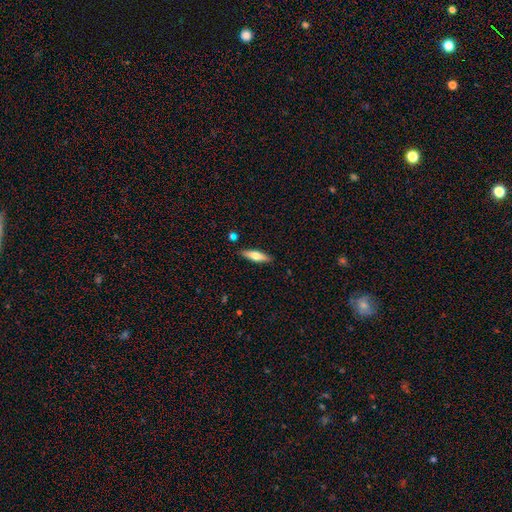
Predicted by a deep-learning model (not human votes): smooth-or-featured: smooth: 58% | featured or disk: 36% | star or artifact: 6%
  how-rounded: cigar-shaped: 60% | in between: 37% | round: 2%
  merging: none: 87% | minor disturbance: 9% | merger: 2% | major disturbance: 2%